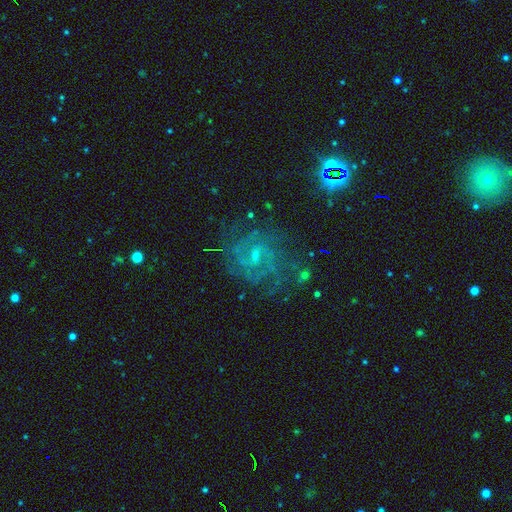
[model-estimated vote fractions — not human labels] This appears to be a featured or disk galaxy (82%) with a weak bar (57%), tight (47%) spiral arms (94%) and a small central bulge (70%). Merging: none (69%).